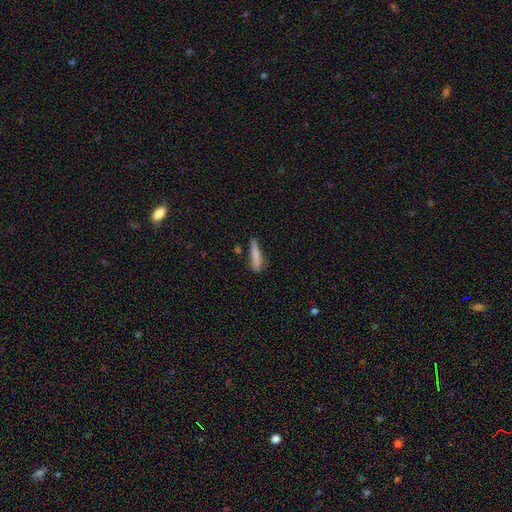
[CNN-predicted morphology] A smooth galaxy with no disk features (80%) that is cigar-shaped (85%). Merging: none (67%).